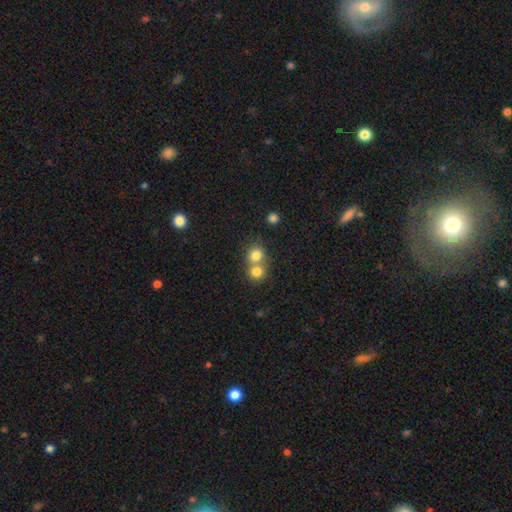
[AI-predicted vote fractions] smooth 79%, star or artifact 12%, featured or disk 10%. Down the decision tree: how rounded — round (85%); merging — merger (56%).